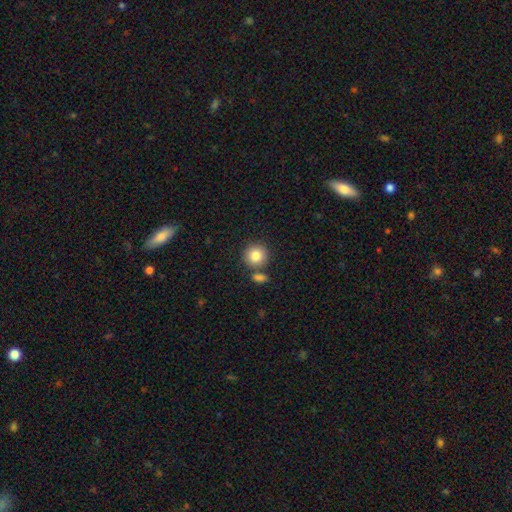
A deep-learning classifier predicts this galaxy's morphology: A smooth galaxy with no disk features (84%) that is round (91%). Merging: none (70%).